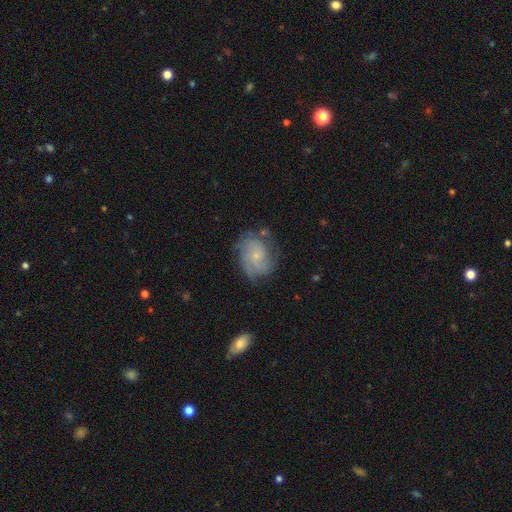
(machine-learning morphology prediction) Smooth or featured?
  - featured or disk: 64% *
  - smooth: 27%
  - star or artifact: 9%
Edge-on disk?
  - no: 97% *
  - yes: 3%
Bar?
  - no: 78% *
  - weak: 19%
  - strong: 3%
Spiral arms?
  - yes: 87% *
  - no: 13%
Spiral winding?
  - tight: 49% *
  - medium: 36%
  - loose: 15%
Spiral arm count?
  - can't tell: 39% *
  - 3: 19%
  - 2: 19%
  - 4: 11%
  - 1: 6%
  - more than 4: 5%
Bulge size?
  - small: 75% *
  - moderate: 15%
  - none: 7%
  - large: 1%
  - dominant: 1%
Merging?
  - none: 63% *
  - minor disturbance: 23%
  - major disturbance: 12%
  - merger: 2%